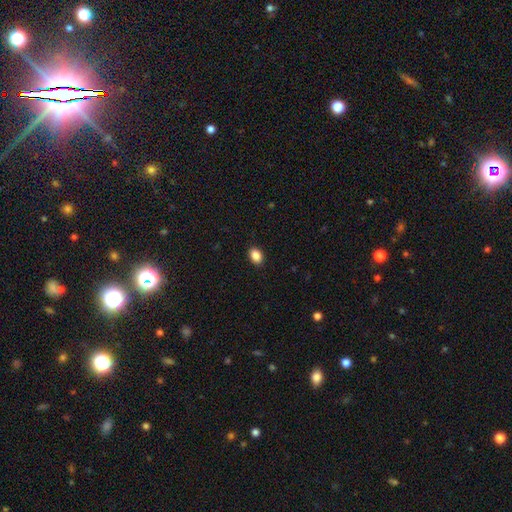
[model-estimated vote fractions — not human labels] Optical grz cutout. It shows a smooth galaxy with no disk features (88%) that is in between round and cigar-shaped (78%). Merging: none (91%).